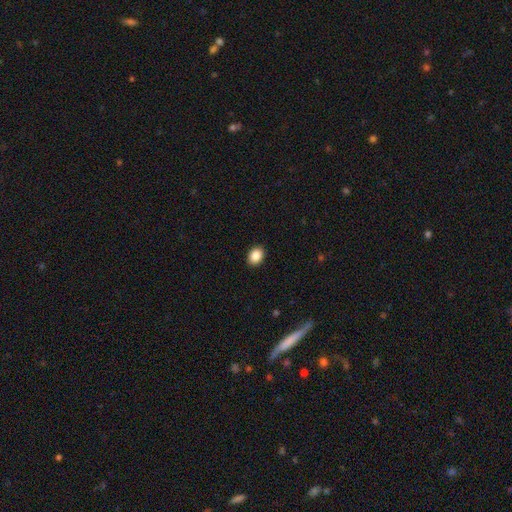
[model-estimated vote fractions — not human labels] Smooth or featured? Predicted: smooth (p=0.87). How rounded? Predicted: in between (p=0.66). Merging? Predicted: none (p=0.91).